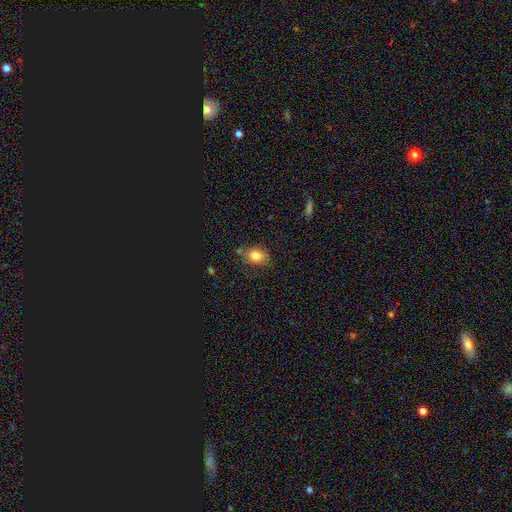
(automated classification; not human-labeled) Smooth or featured? Predicted: smooth (p=0.81). How rounded? Predicted: in between (p=0.65). Merging? Predicted: none (p=0.74).